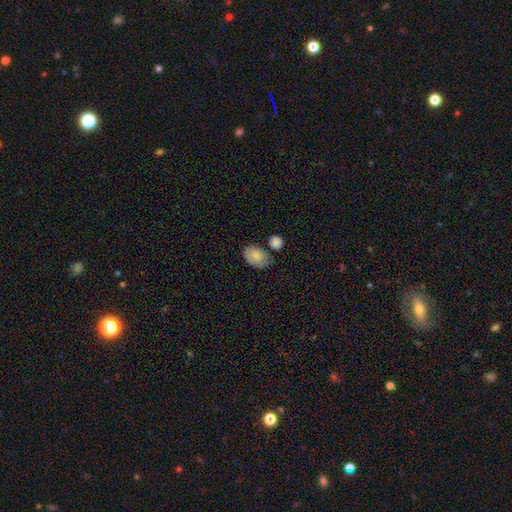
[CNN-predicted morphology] This is clearly a smooth galaxy (82%). How rounded: clearly in between (86%). Merging: possibly none (53%).